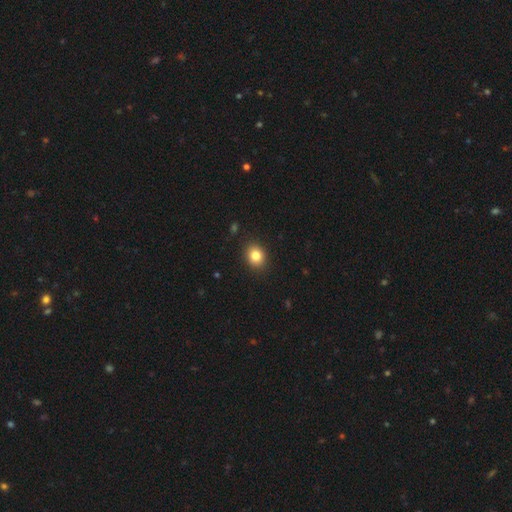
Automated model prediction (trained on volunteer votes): A smooth galaxy with no disk features (83%) that is round (56%). Merging: none (90%).